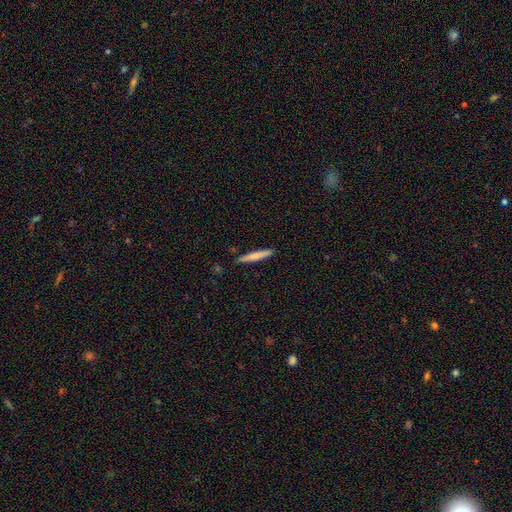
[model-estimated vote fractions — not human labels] smooth-or-featured: smooth: 74% | featured or disk: 20% | star or artifact: 5%
  how-rounded: cigar-shaped: 95% | in between: 4% | round: 1%
  merging: none: 89% | minor disturbance: 8% | merger: 2% | major disturbance: 2%